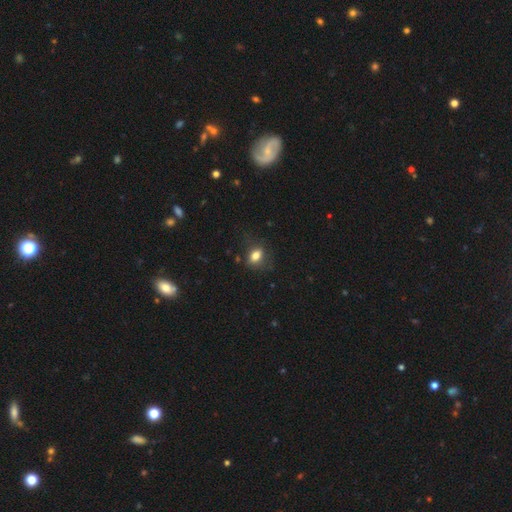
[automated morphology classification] This appears to be a smooth galaxy with no disk features (80%) that is in between round and cigar-shaped (76%). Merging: none (70%).